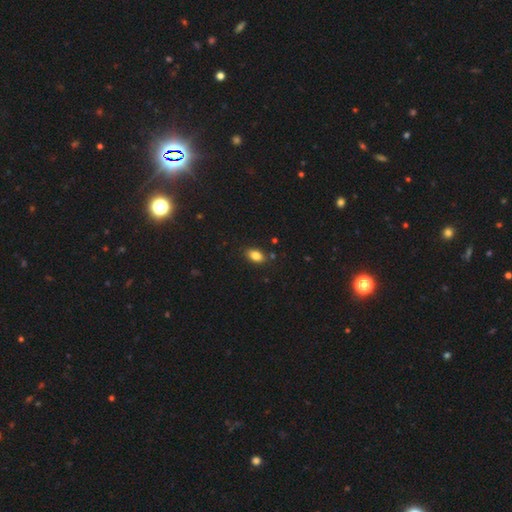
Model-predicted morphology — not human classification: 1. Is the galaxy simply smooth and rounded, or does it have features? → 84% smooth, 9% star or artifact, 7% featured or disk.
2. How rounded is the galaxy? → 88% in between, 10% round, 2% cigar-shaped.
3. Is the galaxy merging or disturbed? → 85% none, 10% minor disturbance, 3% merger, 2% major disturbance.